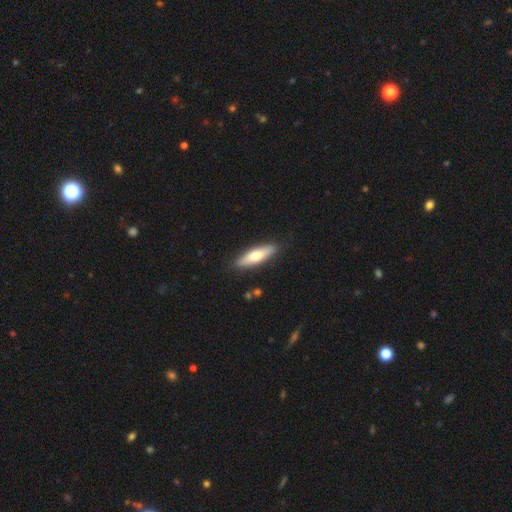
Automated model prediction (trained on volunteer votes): Morphology: type=smooth (64%); roundness=cigar-shaped (60%); merging=none (86%).